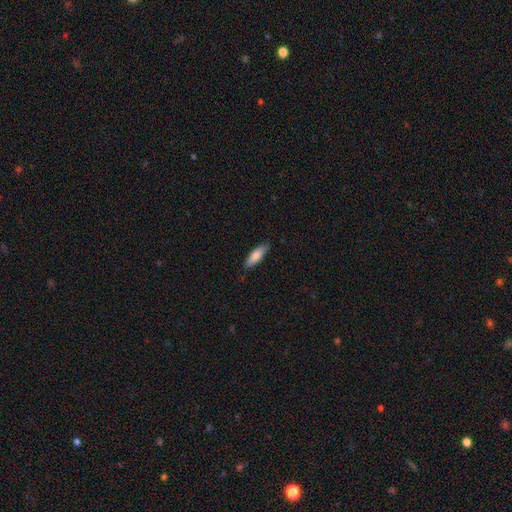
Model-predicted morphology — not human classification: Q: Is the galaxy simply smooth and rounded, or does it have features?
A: smooth — 82%.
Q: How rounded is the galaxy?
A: in between — 52%.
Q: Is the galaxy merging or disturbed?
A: none — 83%.